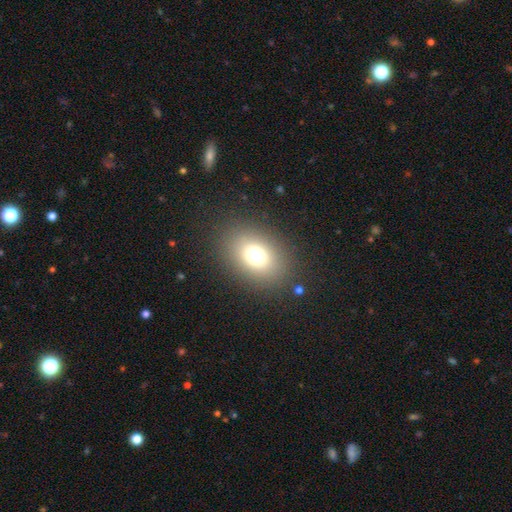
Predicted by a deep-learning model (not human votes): smooth-or-featured: smooth: 72% | star or artifact: 16% | featured or disk: 12%
  how-rounded: in between: 63% | round: 36% | cigar-shaped: 1%
  merging: none: 85% | minor disturbance: 9% | major disturbance: 5% | merger: 1%